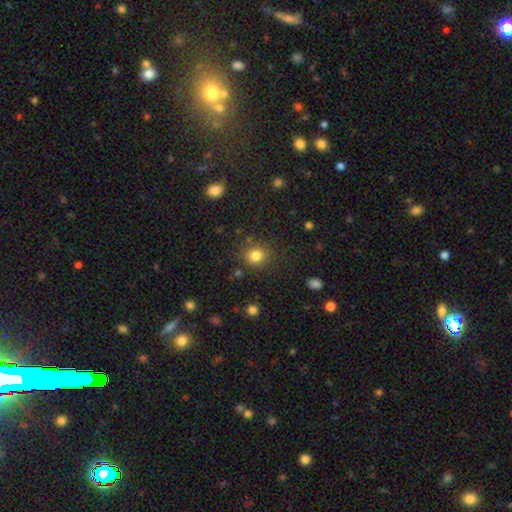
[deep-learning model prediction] Morphology: type=smooth (81%); roundness=round (84%); merging=none (82%).